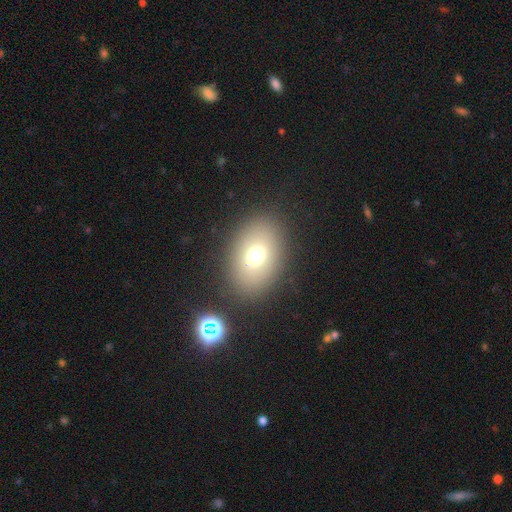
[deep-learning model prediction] Morphology: type=smooth (69%); roundness=in between (74%); merging=none (84%).